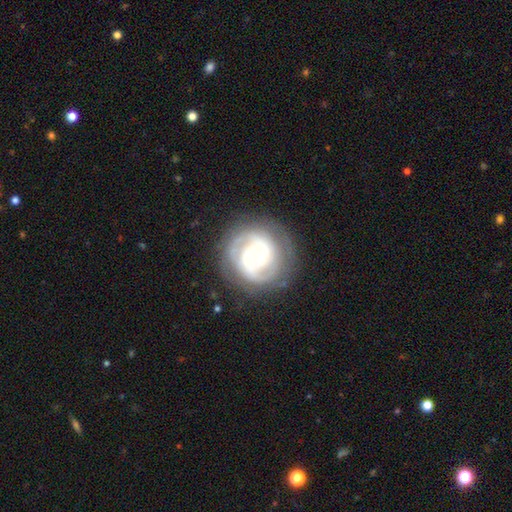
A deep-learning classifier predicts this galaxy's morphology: Overall: featured or disk (82%). Edge-on disk: no (98%). Bar: weak (44%; no 34%). Spiral arms: yes (94%). Spiral arm count: 2 (70%). Spiral winding: tight (48%; medium 40%). Bulge size: moderate (59%; small 19%). Merging: none (81%).